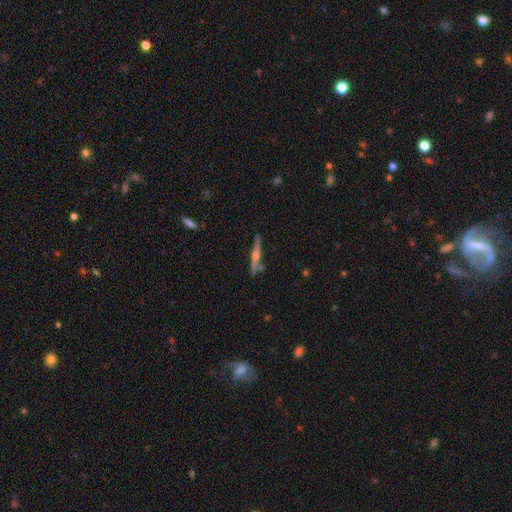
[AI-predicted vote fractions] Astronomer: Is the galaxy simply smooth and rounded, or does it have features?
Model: featured or disk — 71%.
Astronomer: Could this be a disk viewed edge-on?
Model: yes — 96%.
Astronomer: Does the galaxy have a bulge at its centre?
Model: rounded — 73%.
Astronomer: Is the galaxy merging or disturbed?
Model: none — 80%.